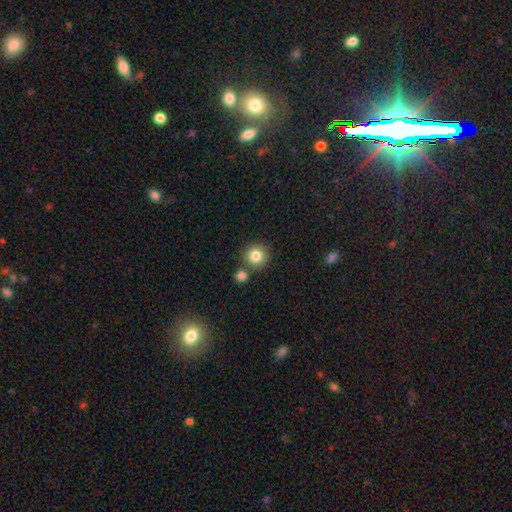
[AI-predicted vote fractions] smooth 83%, star or artifact 10%, featured or disk 7%. Down the decision tree: how rounded — round (92%); merging — none (75%).